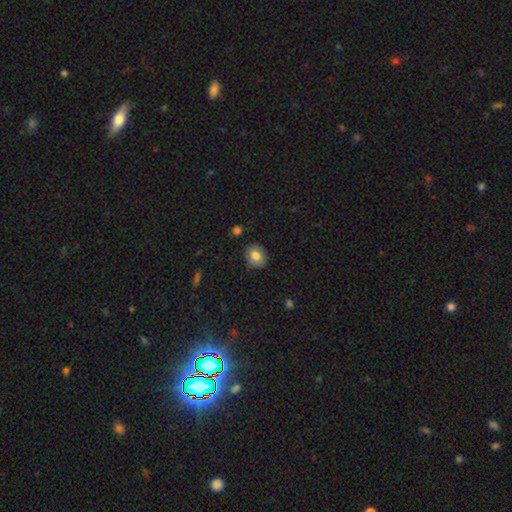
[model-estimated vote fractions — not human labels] Morphology: type=smooth (80%); roundness=round (64%); merging=none (87%).